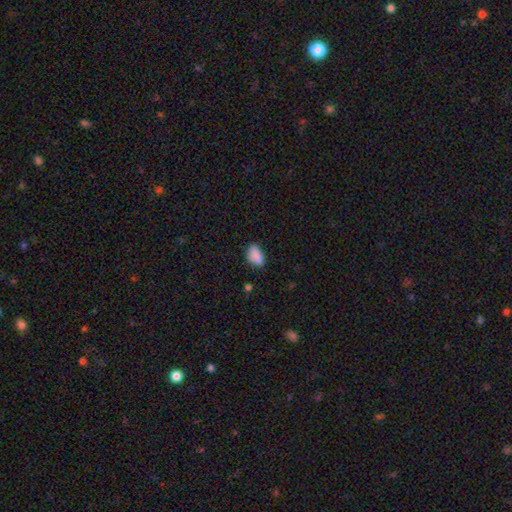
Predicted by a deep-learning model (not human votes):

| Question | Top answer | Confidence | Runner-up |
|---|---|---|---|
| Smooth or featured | smooth | 86% | star or artifact (8%) |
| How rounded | in between | 89% | round (7%) |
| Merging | none | 68% | minor disturbance (25%) |